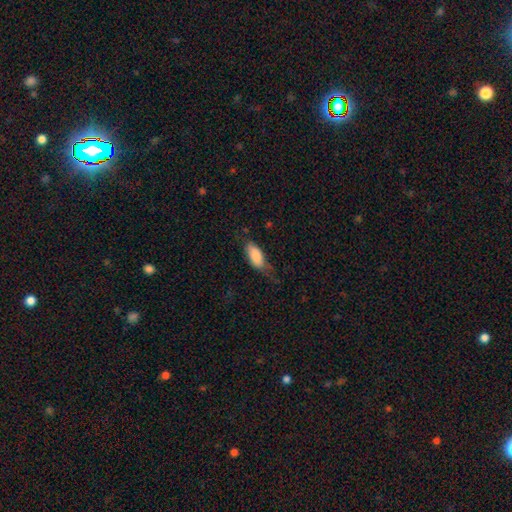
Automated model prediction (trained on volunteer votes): smooth-or-featured: smooth: 83% | featured or disk: 11% | star or artifact: 6%
  how-rounded: in between: 87% | cigar-shaped: 11% | round: 2%
  merging: none: 43% | minor disturbance: 37% | major disturbance: 18% | merger: 2%